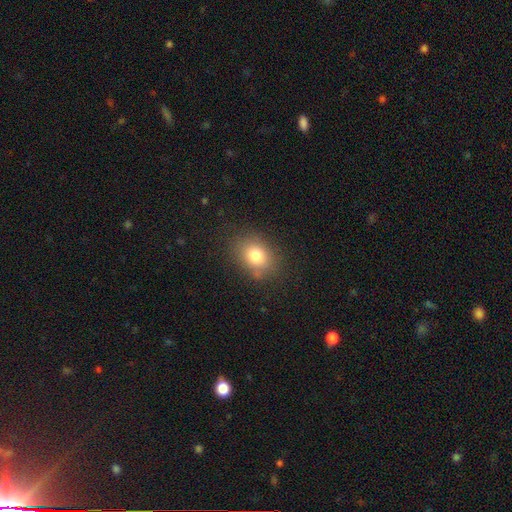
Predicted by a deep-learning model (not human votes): A smooth galaxy with no disk features (79%) that is in between round and cigar-shaped (58%). Merging: none (81%).